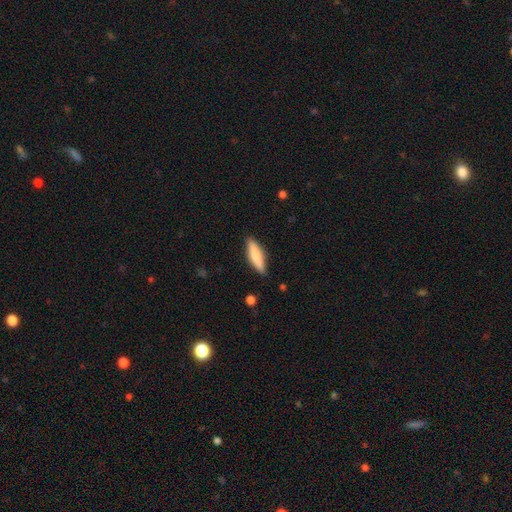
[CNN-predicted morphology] Smooth or featured: smooth — 77% (featured or disk — 18%)
How rounded: cigar-shaped — 70% (in between — 29%)
Merging: none — 87% (minor disturbance — 9%)